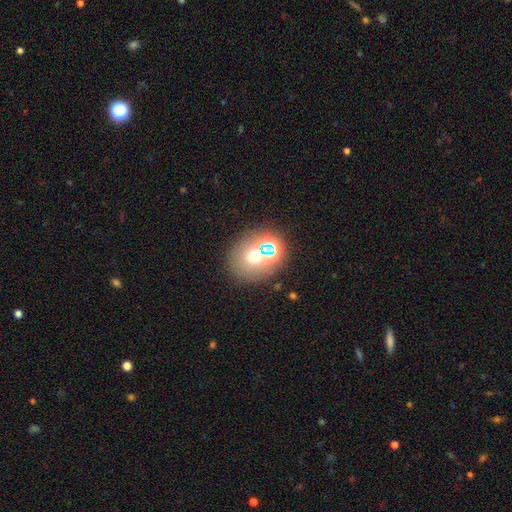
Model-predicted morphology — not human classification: Smooth or featured: smooth — 58% (star or artifact — 26%)
How rounded: round — 74% (in between — 25%)
Merging: none — 69% (merger — 16%)